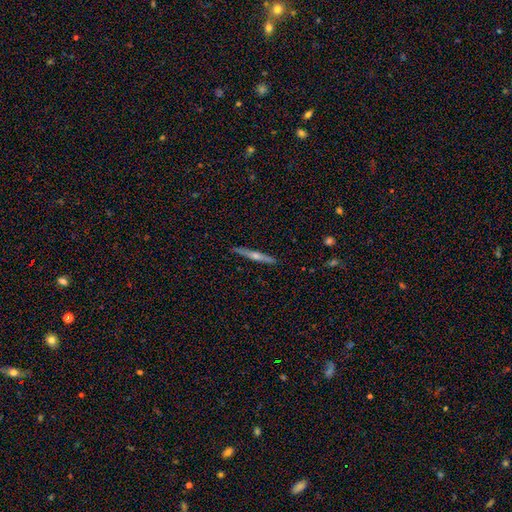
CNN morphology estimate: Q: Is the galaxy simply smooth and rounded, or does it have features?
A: featured or disk — 70%.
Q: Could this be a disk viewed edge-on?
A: yes — 98%.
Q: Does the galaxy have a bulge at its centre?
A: rounded — 85%.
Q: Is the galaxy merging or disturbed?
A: none — 91%.